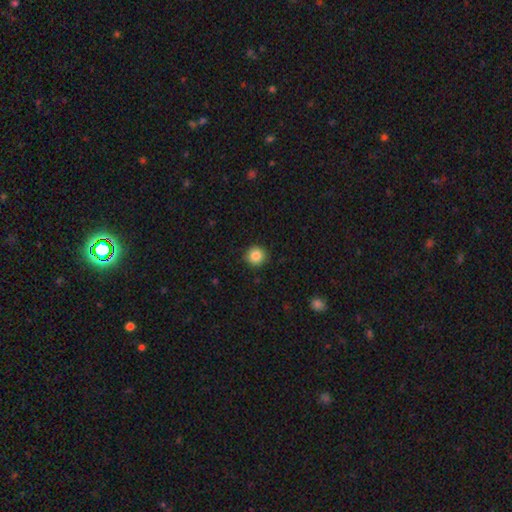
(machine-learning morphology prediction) type=smooth (86%); roundness=round (94%); merging=none (91%).